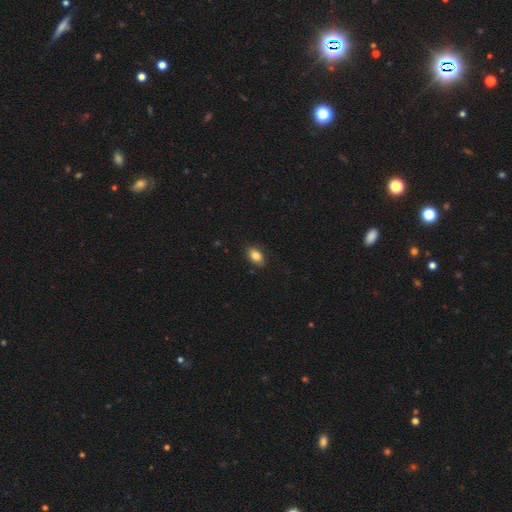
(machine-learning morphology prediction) smooth 86%, star or artifact 8%, featured or disk 6%. Down the decision tree: how rounded — in between (89%); merging — none (87%).